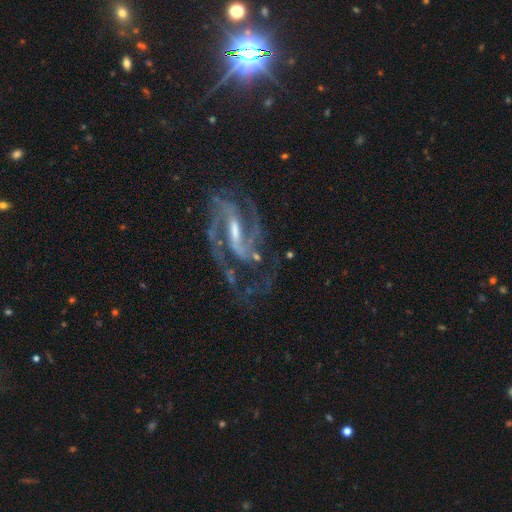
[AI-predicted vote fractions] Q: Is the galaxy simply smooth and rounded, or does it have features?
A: featured or disk — 93%.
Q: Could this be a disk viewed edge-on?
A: no — 96%.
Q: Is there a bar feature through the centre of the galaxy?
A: strong — 55%.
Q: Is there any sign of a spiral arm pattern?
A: yes — 98%.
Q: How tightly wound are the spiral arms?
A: medium — 59%.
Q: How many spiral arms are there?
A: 2 — 85%.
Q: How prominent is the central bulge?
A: moderate — 42%.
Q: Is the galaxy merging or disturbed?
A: none — 61%.